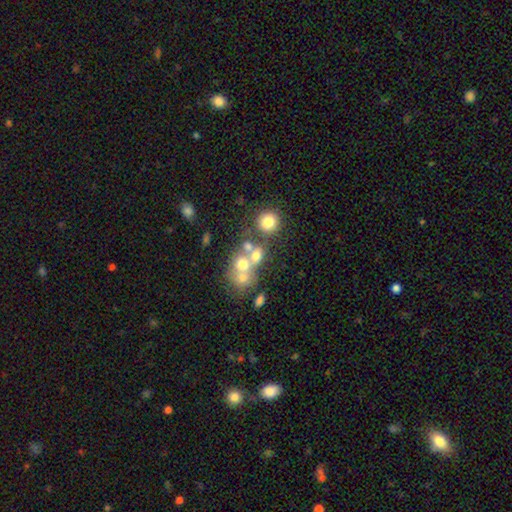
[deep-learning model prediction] smooth 59%, featured or disk 24%, star or artifact 16%. Down the decision tree: how rounded — round (69%); merging — merger (50%).